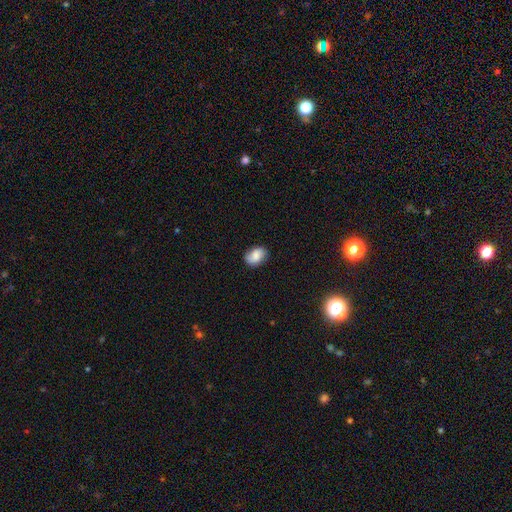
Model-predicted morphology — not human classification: smooth_or_featured: smooth (p=0.77) [alt: featured or disk p=0.15]
how_rounded: in between (p=0.80) [alt: round p=0.18]
merging: none (p=0.78) [alt: minor disturbance p=0.17]